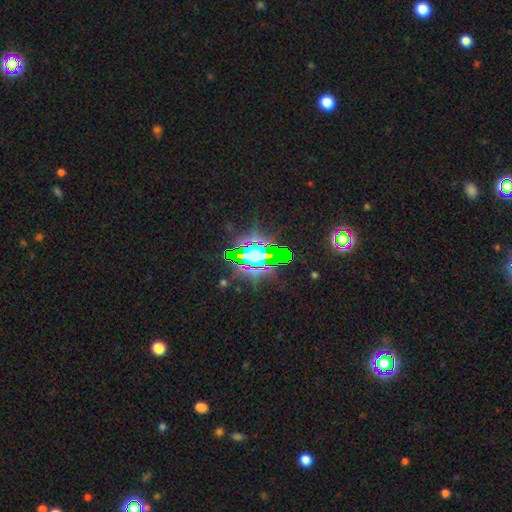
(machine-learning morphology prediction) Smooth or featured? star or artifact (67%)